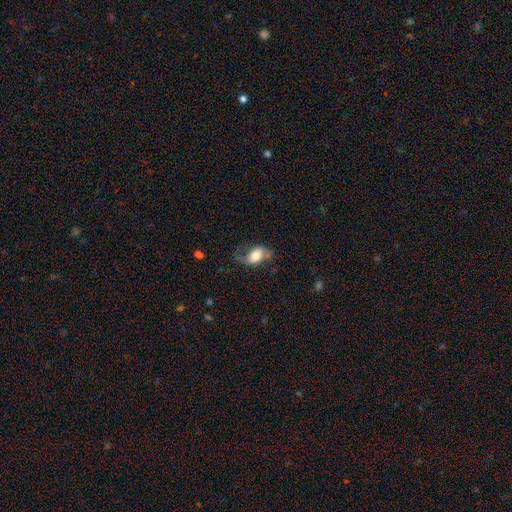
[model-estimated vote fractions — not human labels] A smooth galaxy with no disk features (47%). Merging: none (50%).